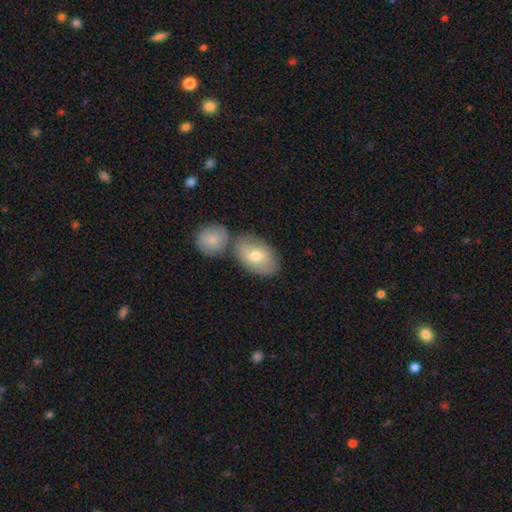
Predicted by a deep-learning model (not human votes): This appears to be a smooth galaxy with no disk features (71%) that is in between round and cigar-shaped (86%). Merging: none (55%).